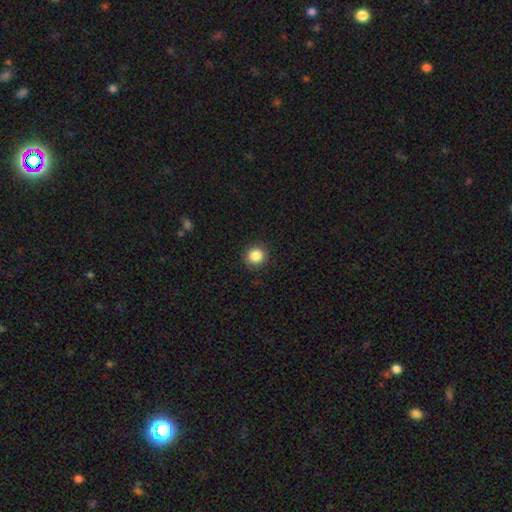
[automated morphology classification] Smooth or featured: smooth — 86% (star or artifact — 10%)
How rounded: round — 90% (in between — 9%)
Merging: none — 91% (minor disturbance — 6%)